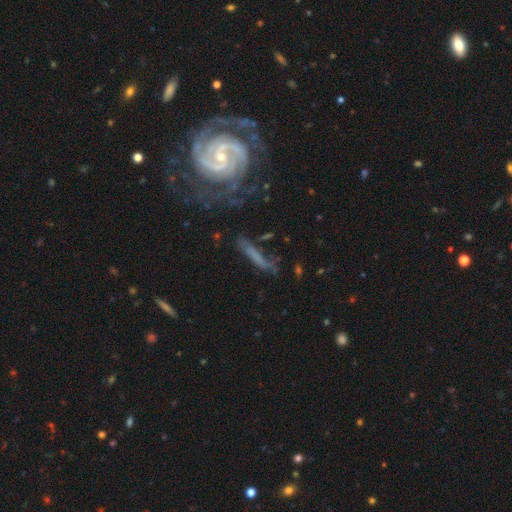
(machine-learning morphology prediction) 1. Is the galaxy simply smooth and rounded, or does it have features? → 61% featured or disk, 28% smooth, 11% star or artifact.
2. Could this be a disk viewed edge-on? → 68% no, 32% yes.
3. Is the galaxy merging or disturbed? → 57% none, 22% minor disturbance, 15% major disturbance, 7% merger.